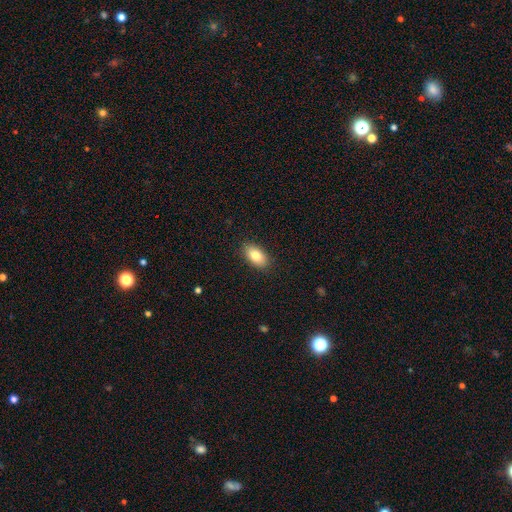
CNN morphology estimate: Overall: smooth (82%). How rounded: in between (92%). Merging: none (88%).